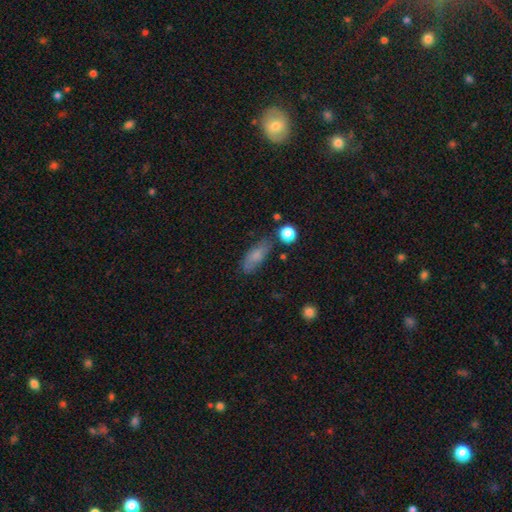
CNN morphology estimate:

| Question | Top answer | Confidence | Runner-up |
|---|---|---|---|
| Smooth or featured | smooth | 71% | featured or disk (19%) |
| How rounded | in between | 75% | cigar-shaped (20%) |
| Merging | none | 67% | minor disturbance (21%) |